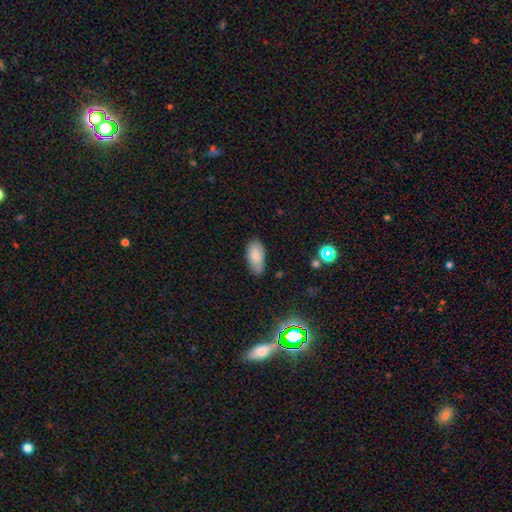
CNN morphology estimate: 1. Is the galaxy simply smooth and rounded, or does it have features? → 84% smooth, 8% featured or disk, 8% star or artifact.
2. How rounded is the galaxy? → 92% in between, 5% cigar-shaped, 2% round.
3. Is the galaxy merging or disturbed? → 70% none, 24% minor disturbance, 4% major disturbance, 2% merger.